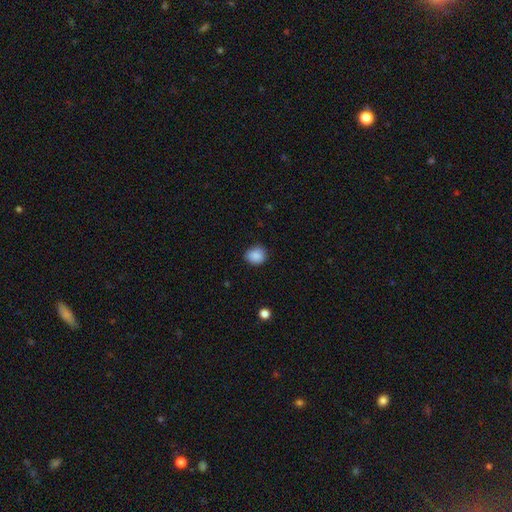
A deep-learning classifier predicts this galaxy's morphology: Smooth or featured? smooth (88%)
How rounded? round (72%)
Merging? none (84%)